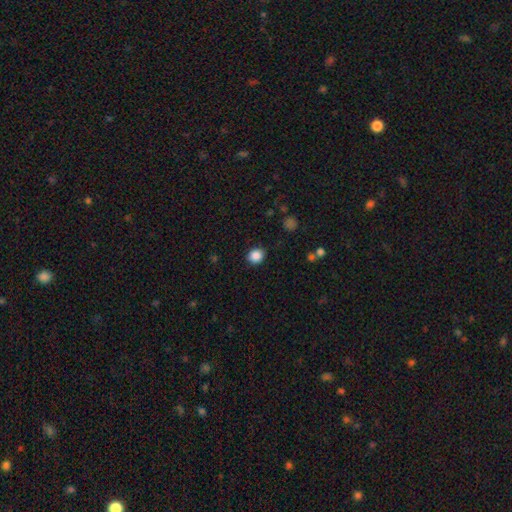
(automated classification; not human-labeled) The model was most divided on "how rounded": round: 79%, in between: 20%, cigar-shaped: 1%. More confident: merging — none (89%); smooth or featured — smooth (87%).